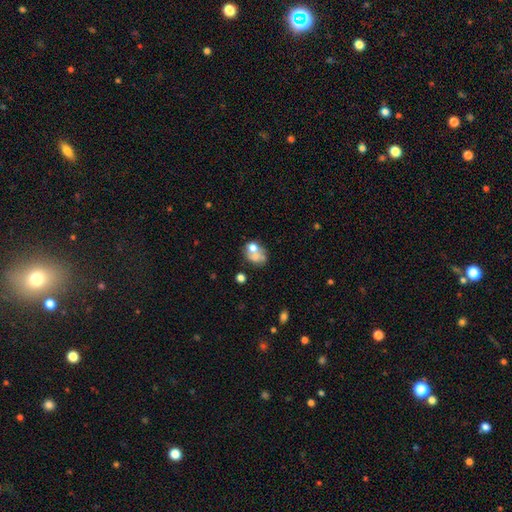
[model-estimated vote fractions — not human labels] Q: Smooth or featured?
A: smooth (58%); runner-up: featured or disk (30%)
Q: How rounded?
A: round (49%); tied with: in between (49%)
Q: Merging?
A: merger (40%); runner-up: none (32%)